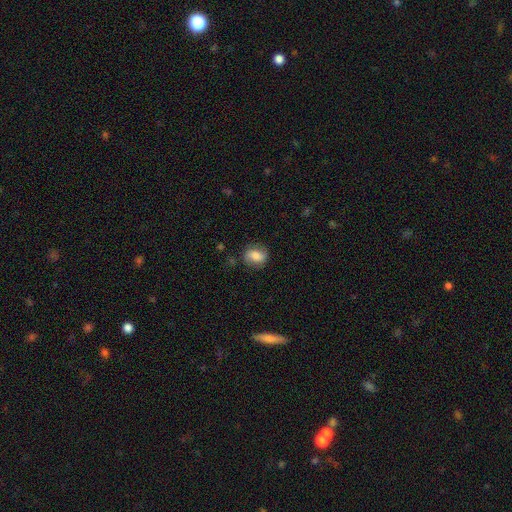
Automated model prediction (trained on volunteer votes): Smooth or featured? smooth (66%)
How rounded? in between (59%)
Merging? none (74%)